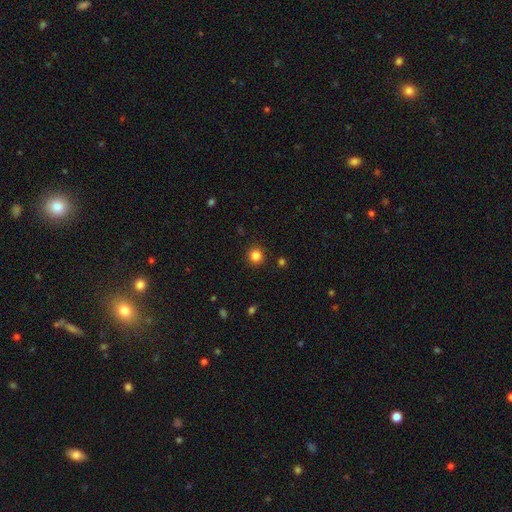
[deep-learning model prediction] A smooth galaxy with no disk features (84%) that is round (93%). Merging: none (91%).